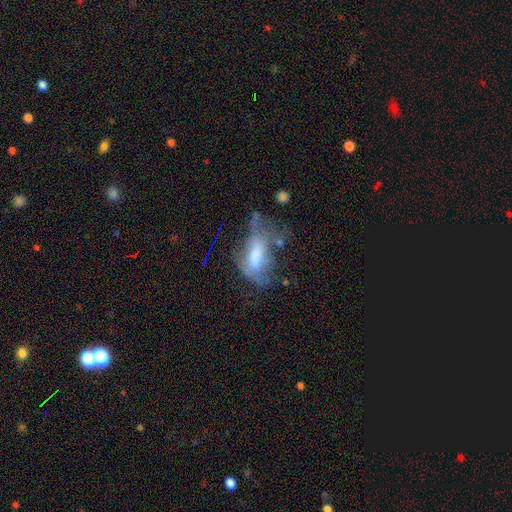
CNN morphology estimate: smooth_or_featured: featured or disk (p=0.47) [alt: smooth p=0.41]
merging: major disturbance (p=0.44) [alt: none p=0.25]